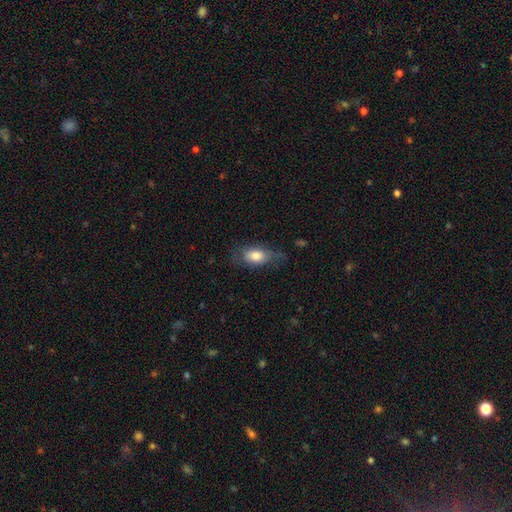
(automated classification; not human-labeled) smooth 74%, featured or disk 19%, star or artifact 7%. Down the decision tree: how rounded — in between (86%); merging — none (50%).